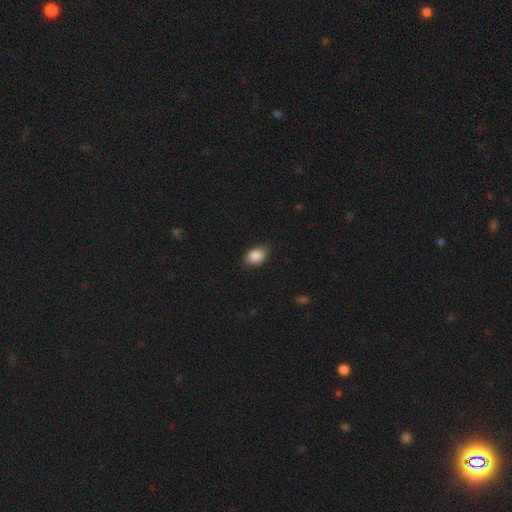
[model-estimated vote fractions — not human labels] smooth-or-featured: smooth: 88% | star or artifact: 8% | featured or disk: 5%
  how-rounded: in between: 84% | round: 15% | cigar-shaped: 1%
  merging: none: 85% | minor disturbance: 12% | major disturbance: 2% | merger: 1%